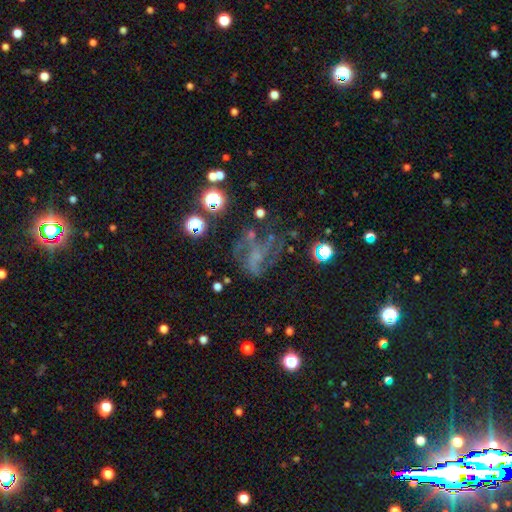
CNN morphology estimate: Smooth or featured?
  - featured or disk: 57% *
  - star or artifact: 25%
  - smooth: 18%
Edge-on disk?
  - no: 96% *
  - yes: 4%
Bar?
  - no: 67% *
  - weak: 24%
  - strong: 9%
Spiral arms?
  - yes: 60% *
  - no: 40%
Bulge size?
  - none: 57% *
  - small: 27%
  - moderate: 12%
  - large: 3%
  - dominant: 1%
Merging?
  - none: 43% *
  - major disturbance: 33%
  - minor disturbance: 18%
  - merger: 6%